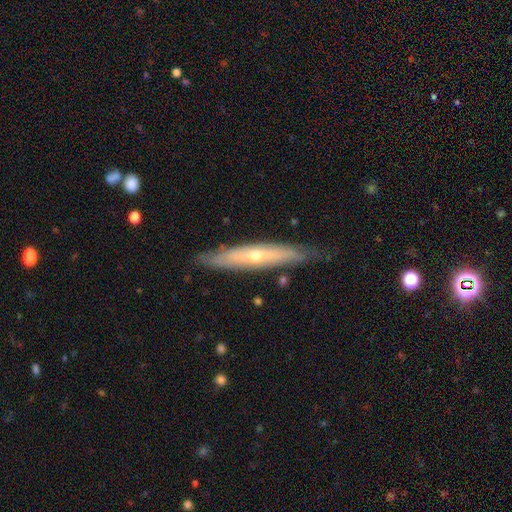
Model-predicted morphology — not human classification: Smooth or featured? featured or disk (64%)
Edge-on disk? yes (78%)
Merging? none (79%)